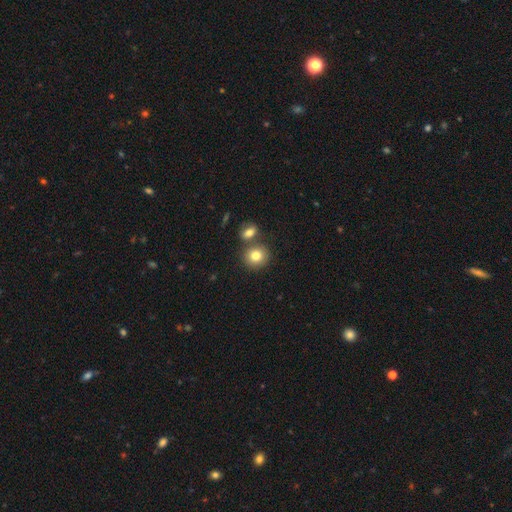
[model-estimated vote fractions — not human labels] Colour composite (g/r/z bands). It shows a smooth galaxy with no disk features (81%) that is round (80%). Merging: none (64%).